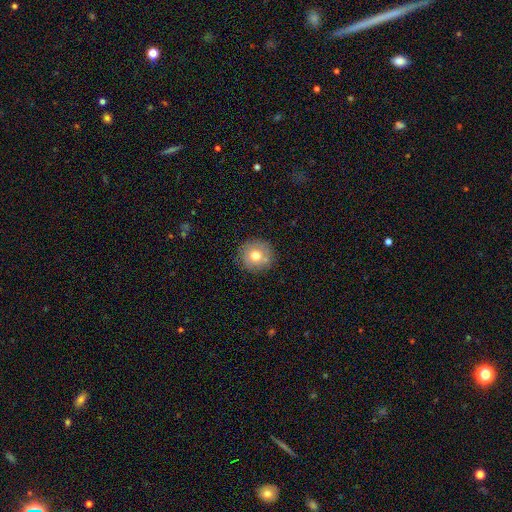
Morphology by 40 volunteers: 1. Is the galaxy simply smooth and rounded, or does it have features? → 70% smooth, 25% featured or disk, 5% star or artifact.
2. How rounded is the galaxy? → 93% round, 7% in between, 0% cigar-shaped.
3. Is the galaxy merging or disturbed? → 79% none, 16% minor disturbance, 5% major disturbance, 0% merger.